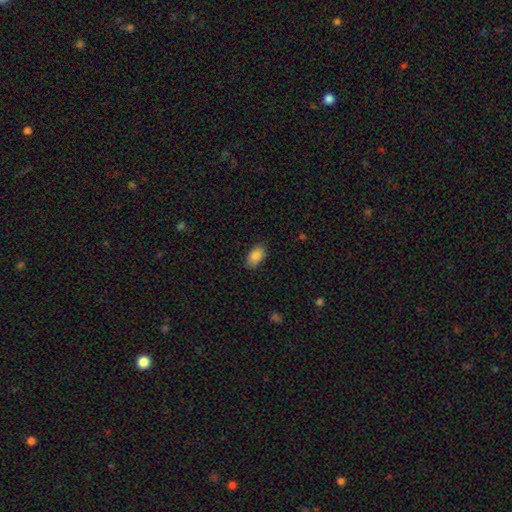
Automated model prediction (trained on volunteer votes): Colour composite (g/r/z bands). It shows a smooth galaxy with no disk features (88%) that is in between round and cigar-shaped (93%). Merging: none (86%).